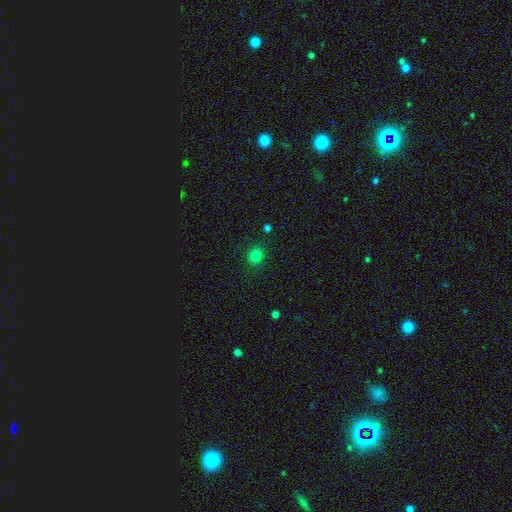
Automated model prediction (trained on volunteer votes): Q: Smooth or featured?
A: smooth (81%); runner-up: star or artifact (15%)
Q: How rounded?
A: round (83%); runner-up: in between (16%)
Q: Merging?
A: none (89%); runner-up: minor disturbance (7%)